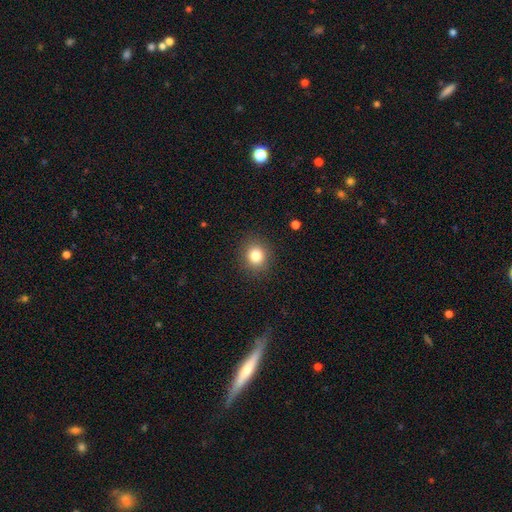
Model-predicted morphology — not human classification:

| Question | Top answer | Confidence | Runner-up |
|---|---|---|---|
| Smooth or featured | smooth | 82% | star or artifact (11%) |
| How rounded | round | 82% | in between (17%) |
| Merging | none | 89% | minor disturbance (7%) |